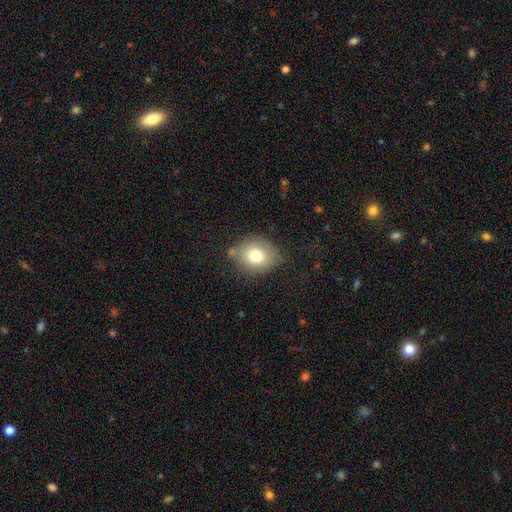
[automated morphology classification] smooth-or-featured: smooth: 74% | featured or disk: 15% | star or artifact: 11%
  how-rounded: round: 60% | in between: 39% | cigar-shaped: 1%
  merging: none: 71% | minor disturbance: 19% | major disturbance: 5% | merger: 5%